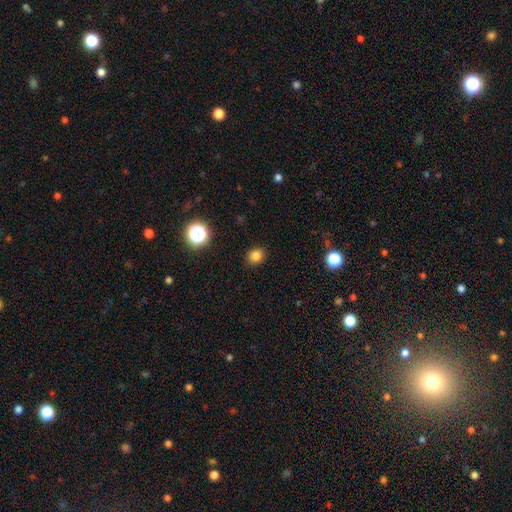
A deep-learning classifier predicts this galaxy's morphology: This appears to be a smooth galaxy with no disk features (81%) that is round (69%). Merging: none (89%).